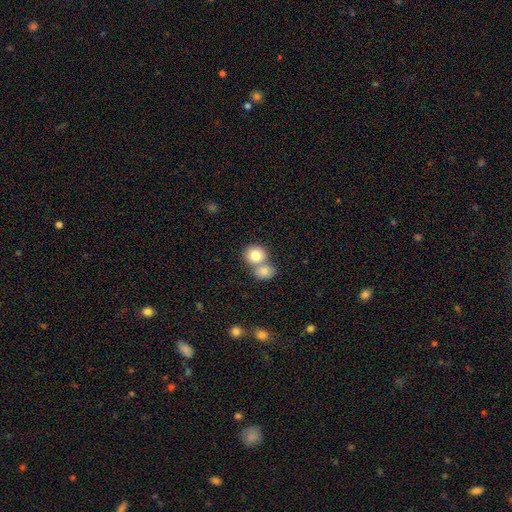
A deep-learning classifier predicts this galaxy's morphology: This is clearly a smooth galaxy (81%). How rounded: clearly round (81%). Merging: possibly merger (55%).